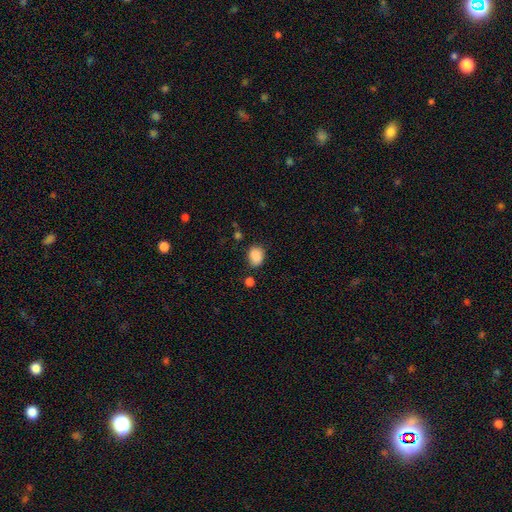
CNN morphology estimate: Smooth or featured? smooth (87%)
How rounded? in between (61%)
Merging? none (70%)